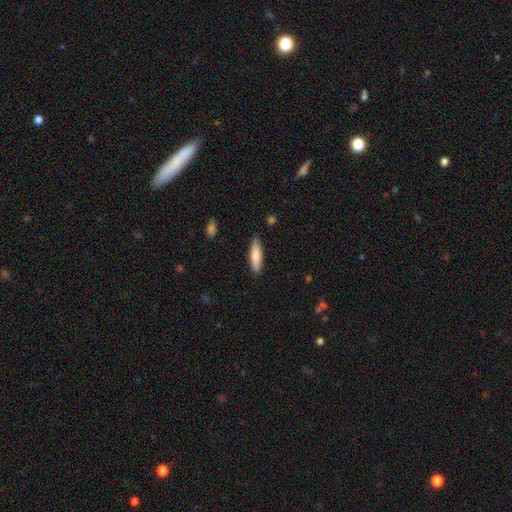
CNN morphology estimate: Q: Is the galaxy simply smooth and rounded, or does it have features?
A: smooth — 81%.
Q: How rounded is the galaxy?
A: cigar-shaped — 65%.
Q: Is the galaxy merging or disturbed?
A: none — 86%.